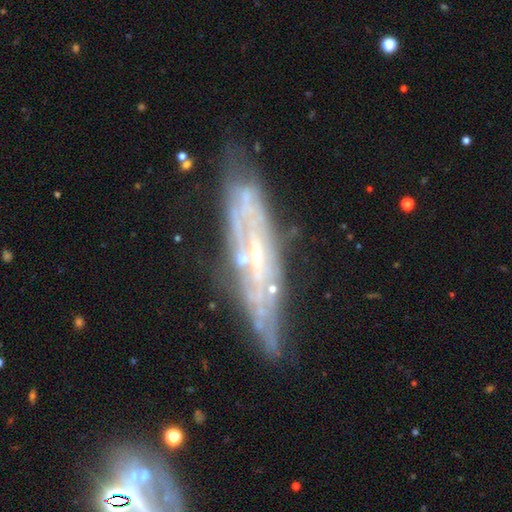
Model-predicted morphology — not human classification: Overall: featured or disk (77%). Edge-on disk: yes (51%; no 49%). Merging: none (68%).